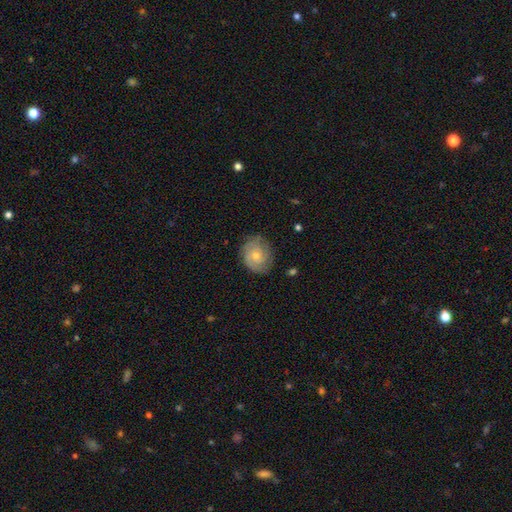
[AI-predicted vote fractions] A featured or disk galaxy (65%) with no bar (78%), tight (65%) spiral arms (88%) and a small central bulge (52%).

Vote fractions:
- Smooth or featured? featured or disk: 65% / smooth: 27% / star or artifact: 9%
- Edge-on disk? no: 97% / yes: 3%
- Bar? no: 78% / weak: 19% / strong: 3%
- Spiral arms? yes: 88% / no: 12%
- Spiral winding? tight: 65% / medium: 27% / loose: 8%
- Spiral arm count? can't tell: 37% / 2: 28% / 3: 18% / 4: 6% / 1: 5% / more than 4: 4%
- Bulge size? small: 52% / moderate: 44% / large: 1% / none: 1% / dominant: 1%
- Merging? none: 79% / minor disturbance: 16% / major disturbance: 4% / merger: 1%